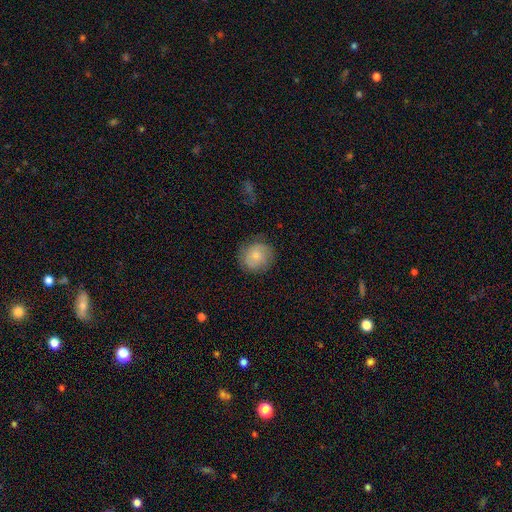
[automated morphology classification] smooth-or-featured: smooth: 69% | featured or disk: 24% | star or artifact: 7%
  how-rounded: round: 88% | in between: 11% | cigar-shaped: 1%
  merging: none: 77% | minor disturbance: 17% | major disturbance: 5% | merger: 1%